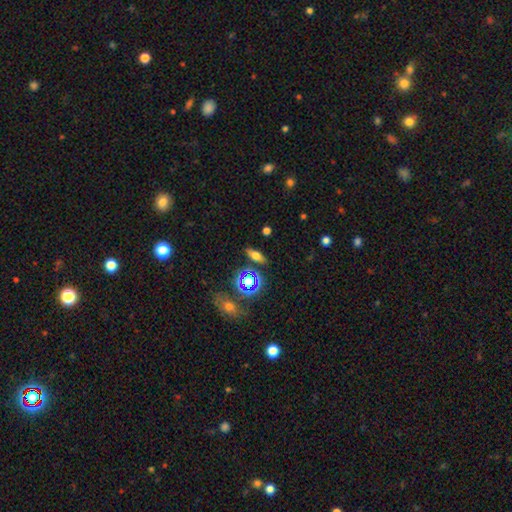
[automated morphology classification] smooth_or_featured: smooth (p=0.54) [alt: featured or disk p=0.25]
how_rounded: in between (p=0.63) [alt: cigar-shaped p=0.26]
merging: none (p=0.84) [alt: minor disturbance p=0.09]